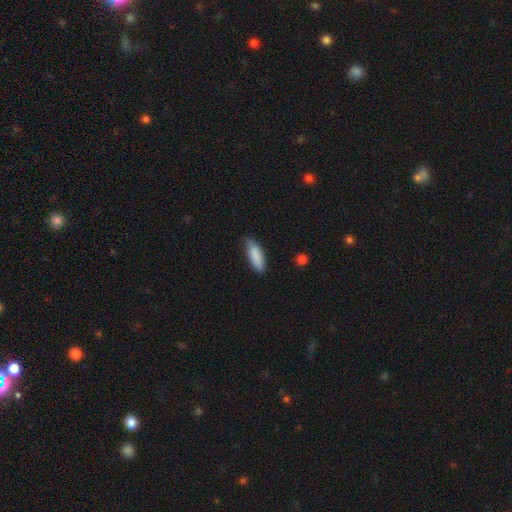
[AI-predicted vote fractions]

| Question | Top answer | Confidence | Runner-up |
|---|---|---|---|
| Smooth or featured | smooth | 88% | featured or disk (7%) |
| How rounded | in between | 57% | cigar-shaped (42%) |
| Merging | none | 80% | minor disturbance (17%) |